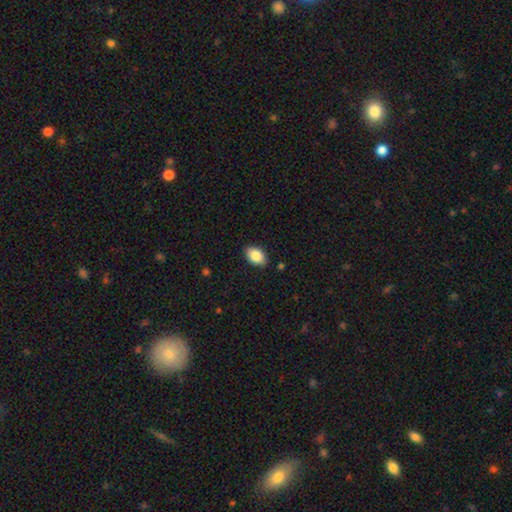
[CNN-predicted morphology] A smooth galaxy with no disk features (86%) that is in between round and cigar-shaped (89%). Merging: none (88%).